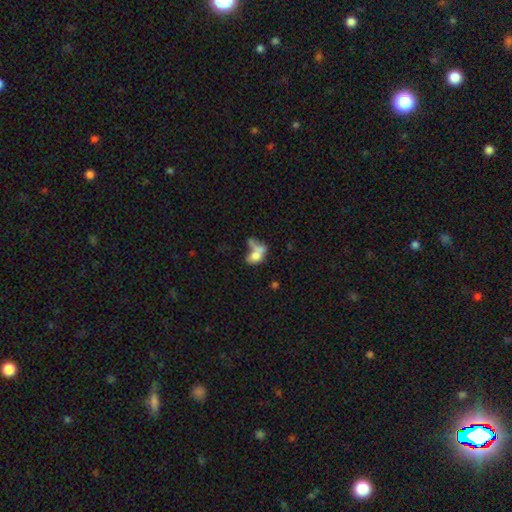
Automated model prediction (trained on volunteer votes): Smooth or featured: smooth — 65% (featured or disk — 24%)
How rounded: in between — 78% (round — 17%)
Merging: merger — 48% (none — 22%)